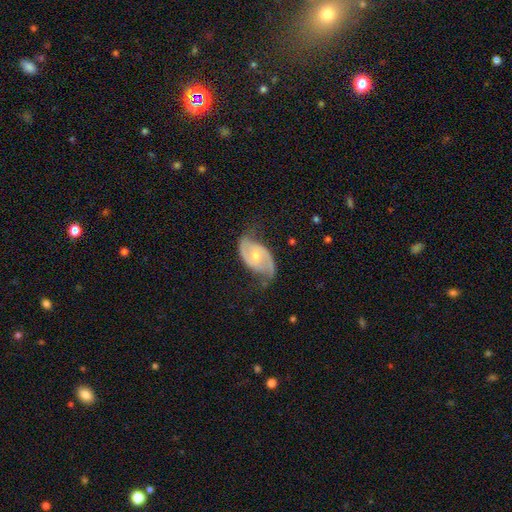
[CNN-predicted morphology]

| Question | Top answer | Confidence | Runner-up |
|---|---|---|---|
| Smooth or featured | featured or disk | 83% | smooth (12%) |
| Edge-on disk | no | 96% | yes (4%) |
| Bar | no | 56% | weak (36%) |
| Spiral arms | yes | 93% | no (7%) |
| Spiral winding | medium | 45% | loose (34%) |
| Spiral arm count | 2 | 89% | can't tell (5%) |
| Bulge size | moderate | 59% | small (35%) |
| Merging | none | 62% | minor disturbance (25%) |